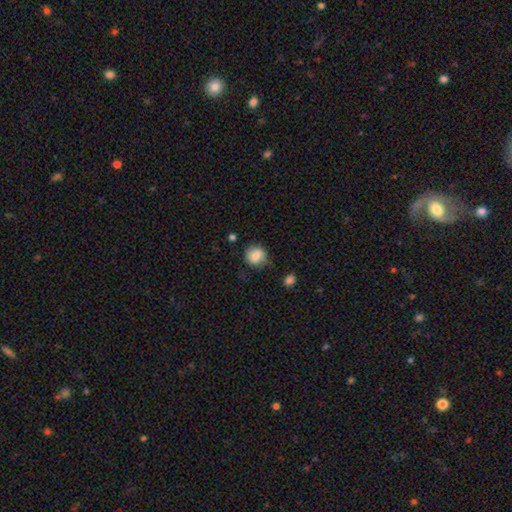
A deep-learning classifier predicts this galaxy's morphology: Smooth or featured? smooth (80%)
How rounded? round (82%)
Merging? none (77%)